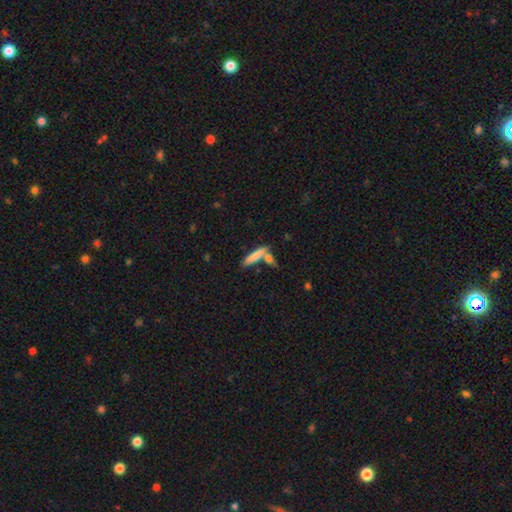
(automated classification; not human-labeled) Morphology: type=smooth (78%); roundness=cigar-shaped (82%); merging=none (61%).